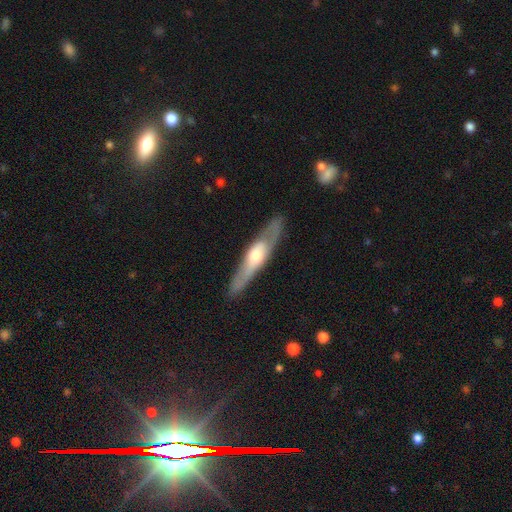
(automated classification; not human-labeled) A featured or disk galaxy (62%) viewed edge-on (73%). Merging: none (86%).